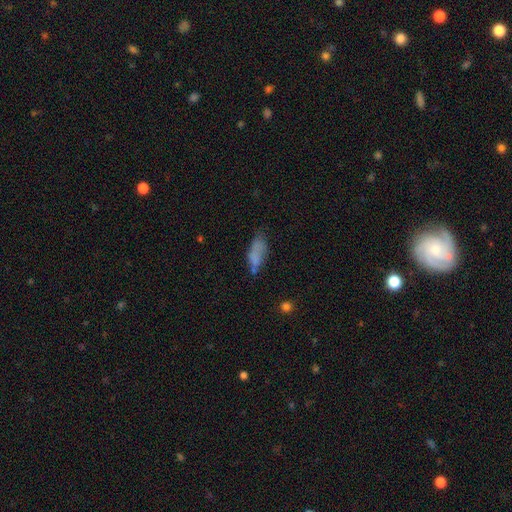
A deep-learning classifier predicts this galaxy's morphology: Smooth or featured? Predicted: smooth (p=0.69). How rounded? Predicted: in between (p=0.72). Merging? Predicted: none (p=0.43).